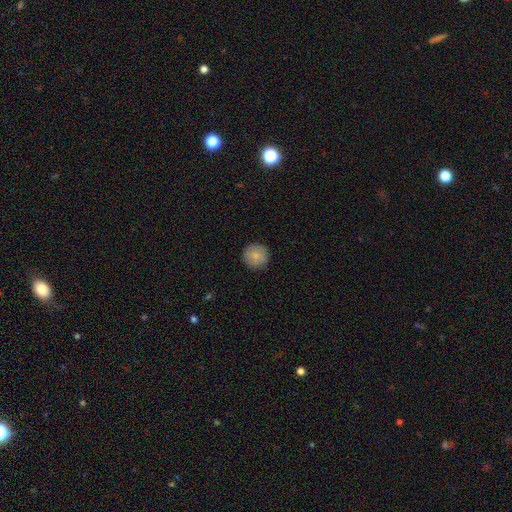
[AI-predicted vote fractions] Smooth or featured?
  - smooth: 84% *
  - featured or disk: 9%
  - star or artifact: 7%
How rounded?
  - round: 95% *
  - in between: 4%
  - cigar-shaped: 1%
Merging?
  - none: 89% *
  - minor disturbance: 9%
  - major disturbance: 2%
  - merger: 1%